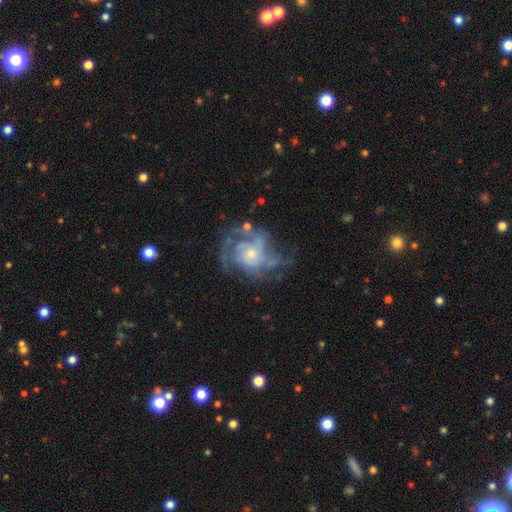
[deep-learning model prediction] This appears to be a featured or disk galaxy (81%) with no bar (77%), tight (43%) spiral arms (87%) and a small central bulge (55%). Merging: none (55%).